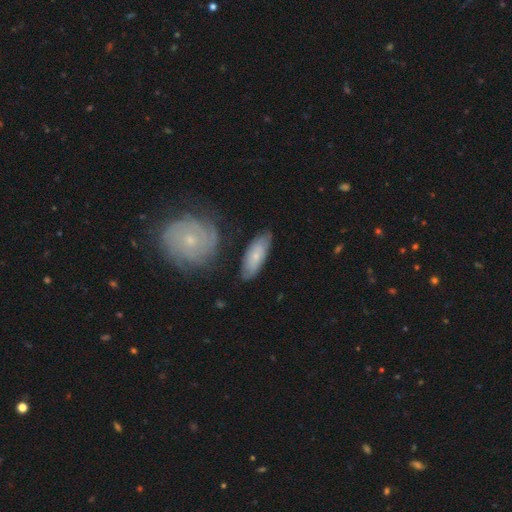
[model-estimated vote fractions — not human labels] Q: Smooth or featured?
A: smooth (49%); runner-up: featured or disk (45%)
Q: Merging?
A: none (73%); runner-up: minor disturbance (17%)